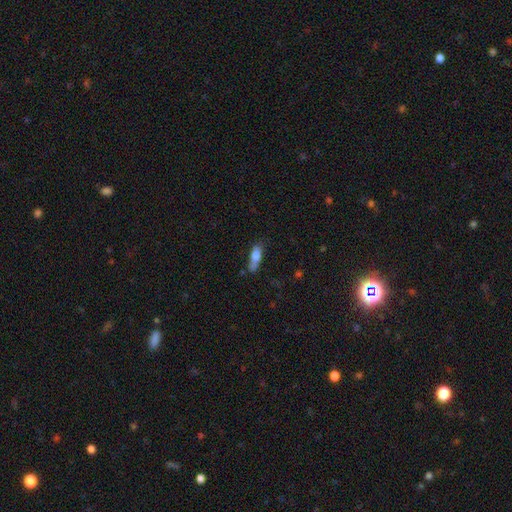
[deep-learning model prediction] This appears to be a smooth galaxy with no disk features (72%) that is in between round and cigar-shaped (54%). Merging: none (55%).